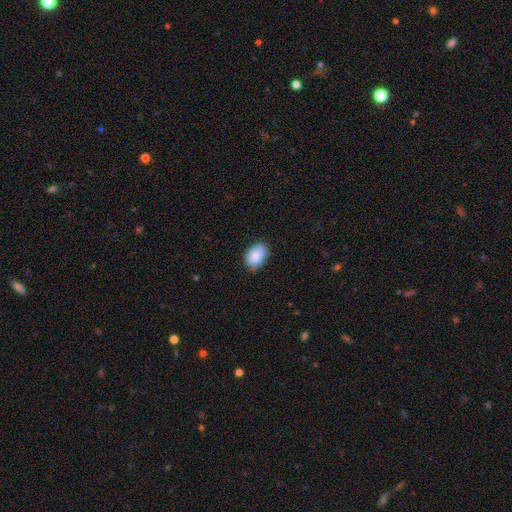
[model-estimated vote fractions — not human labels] Q: Smooth or featured?
A: smooth (89%); runner-up: star or artifact (7%)
Q: How rounded?
A: in between (86%); runner-up: round (13%)
Q: Merging?
A: none (82%); runner-up: minor disturbance (15%)